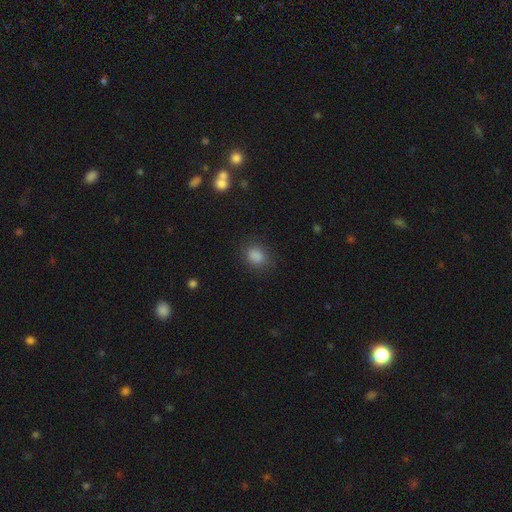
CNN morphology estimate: This is clearly a smooth galaxy (84%). How rounded: possibly round (57%). Merging: clearly none (81%).